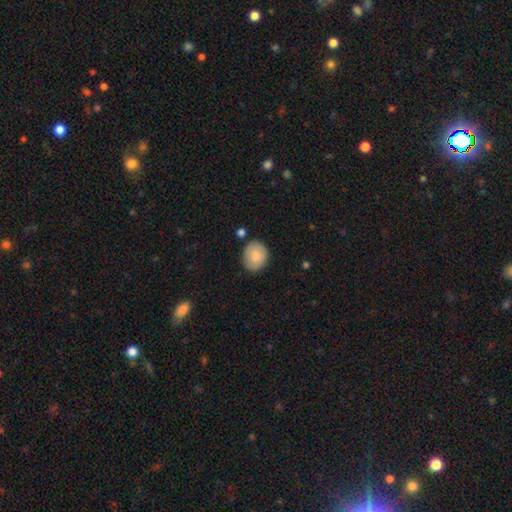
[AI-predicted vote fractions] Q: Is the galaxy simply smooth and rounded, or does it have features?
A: smooth — 83%.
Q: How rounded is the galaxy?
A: round — 65%.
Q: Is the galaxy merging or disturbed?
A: none — 81%.